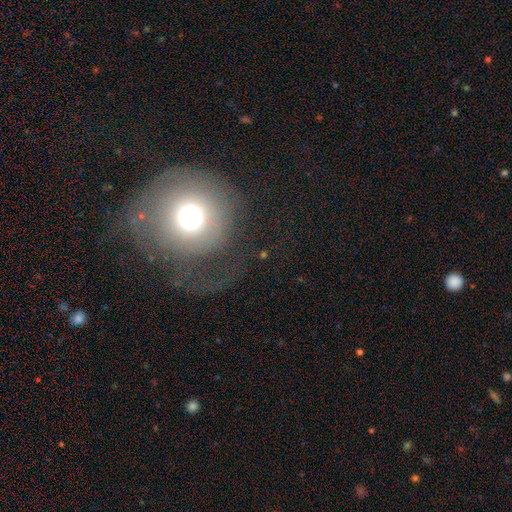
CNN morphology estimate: A smooth galaxy with no disk features (45%). Merging: none (55%).